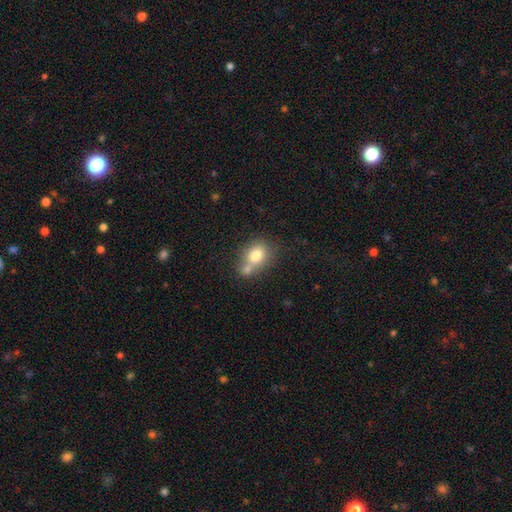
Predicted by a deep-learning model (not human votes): Smooth or featured? Predicted: smooth (p=0.76). How rounded? Predicted: round (p=0.52). Merging? Predicted: merger (p=0.42).